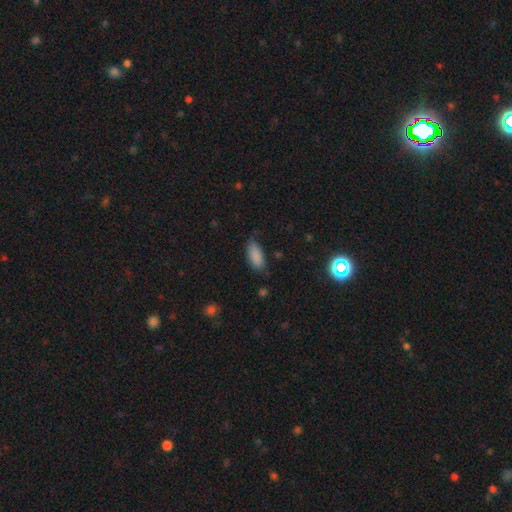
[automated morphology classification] Overall: smooth (87%). How rounded: in between (85%). Merging: none (75%).